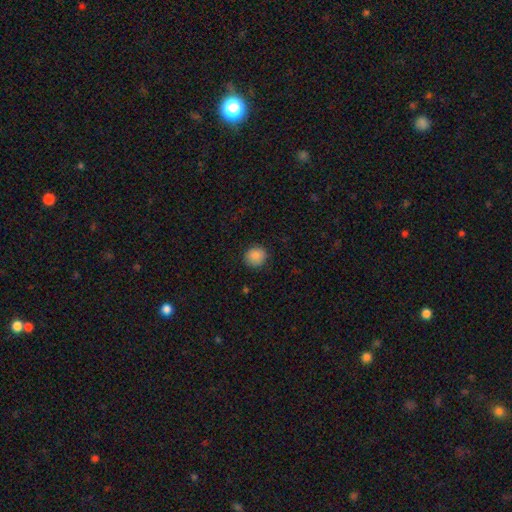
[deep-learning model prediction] smooth-or-featured: smooth: 87% | star or artifact: 9% | featured or disk: 4%
  how-rounded: round: 89% | in between: 10% | cigar-shaped: 1%
  merging: none: 88% | minor disturbance: 8% | major disturbance: 2% | merger: 1%